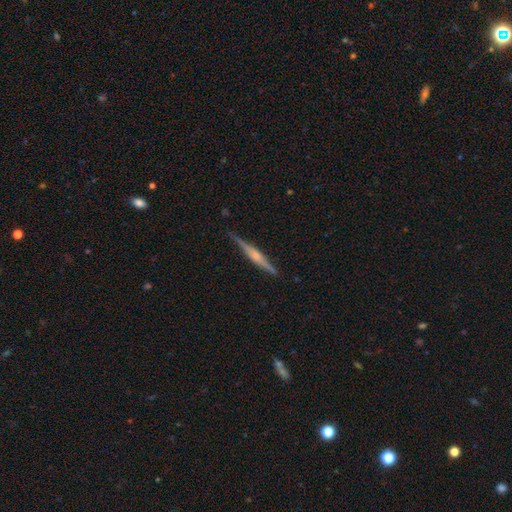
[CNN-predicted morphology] Overall: featured or disk (77%). Edge-on disk: yes (98%). Edge-on bulge: rounded (67%). Merging: none (88%).